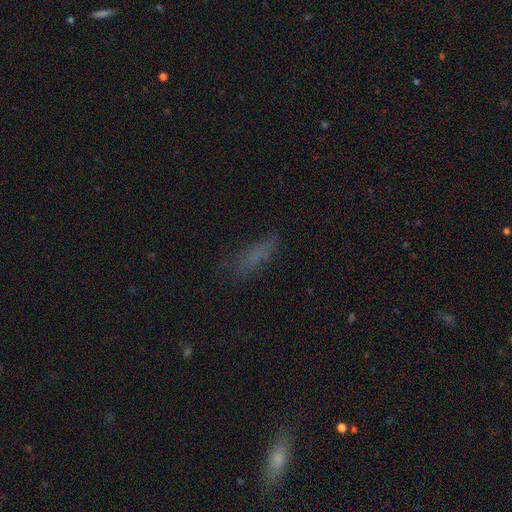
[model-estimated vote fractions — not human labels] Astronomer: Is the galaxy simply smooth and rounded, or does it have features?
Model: smooth — 65%.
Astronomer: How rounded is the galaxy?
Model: cigar-shaped — 54% (runner-up: in between, 43%).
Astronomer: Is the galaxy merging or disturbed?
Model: none — 68%.